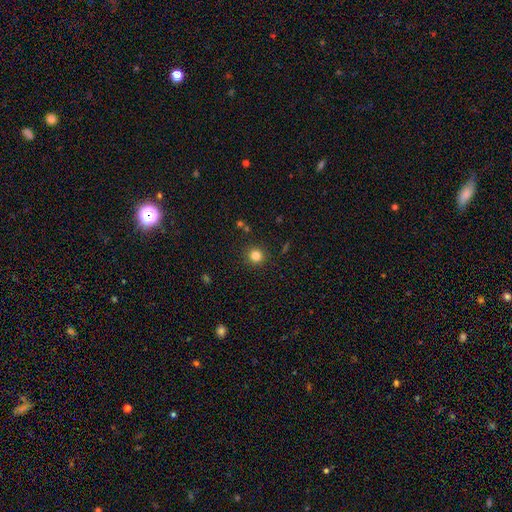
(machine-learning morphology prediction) Smooth or featured? smooth (81%)
How rounded? round (93%)
Merging? none (90%)